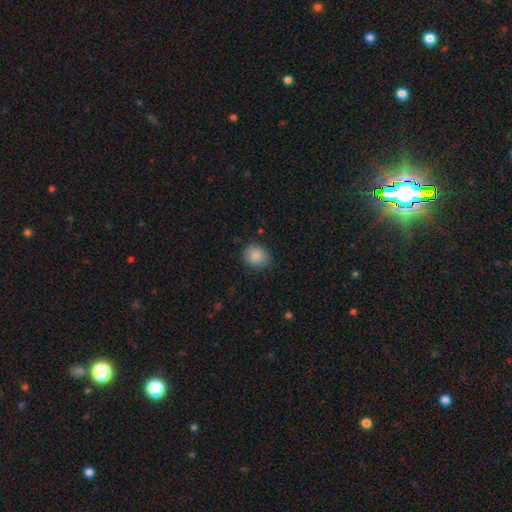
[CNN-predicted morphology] The model was most divided on "how rounded": round: 70%, in between: 29%, cigar-shaped: 1%. More confident: smooth or featured — smooth (88%); merging — none (83%).